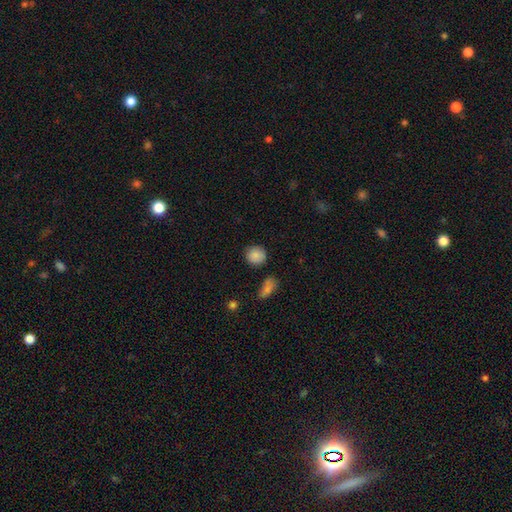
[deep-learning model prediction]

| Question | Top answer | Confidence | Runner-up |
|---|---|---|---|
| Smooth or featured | smooth | 87% | star or artifact (8%) |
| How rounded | round | 85% | in between (14%) |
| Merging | none | 81% | minor disturbance (12%) |